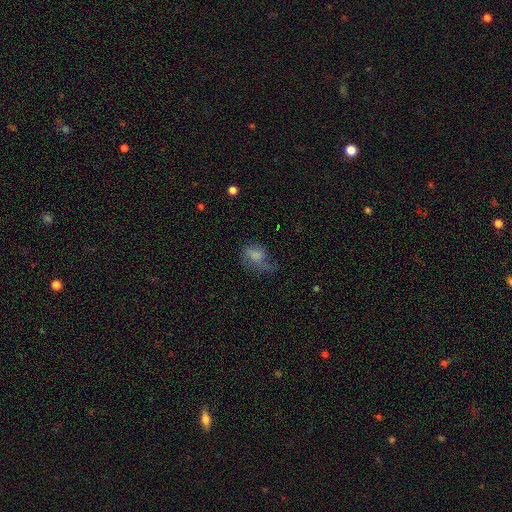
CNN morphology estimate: type=smooth (62%); roundness=in between (70%); merging=major disturbance (41%).